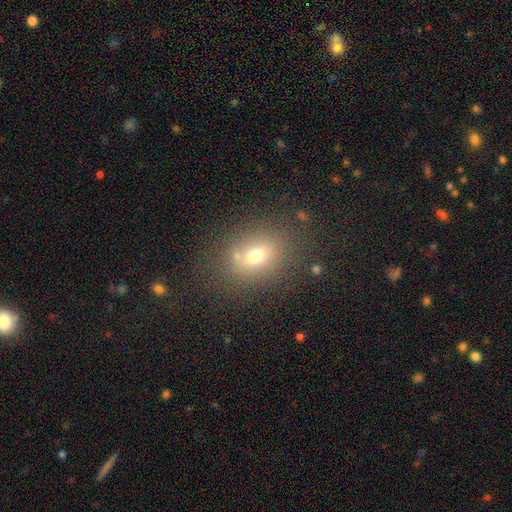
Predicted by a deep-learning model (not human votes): Smooth or featured: smooth — 68% (featured or disk — 17%)
How rounded: in between — 54% (round — 45%)
Merging: none — 71% (minor disturbance — 15%)